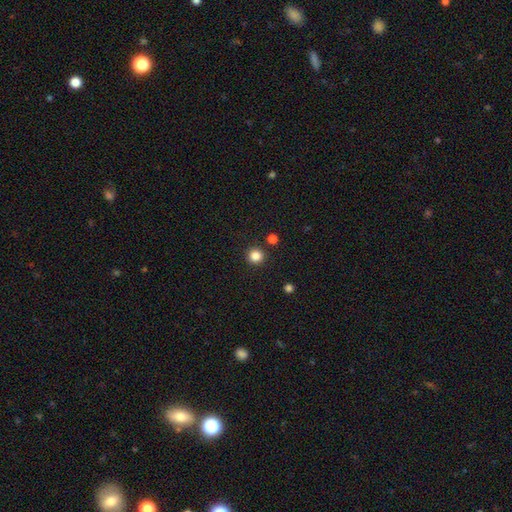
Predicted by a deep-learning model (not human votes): smooth 84%, star or artifact 12%, featured or disk 3%. Down the decision tree: how rounded — round (93%); merging — none (89%).